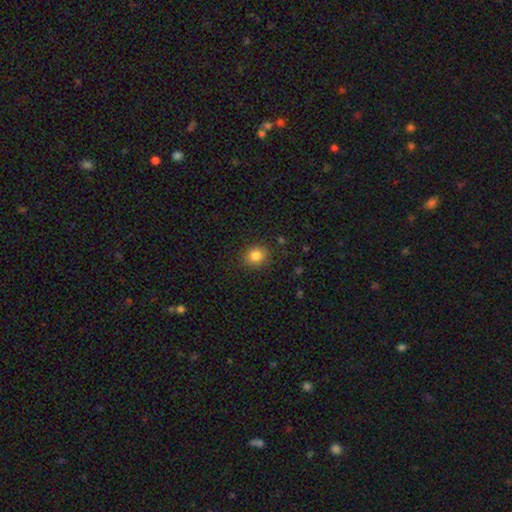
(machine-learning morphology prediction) smooth_or_featured: smooth (p=0.84) [alt: star or artifact p=0.10]
how_rounded: round (p=0.66) [alt: in between p=0.33]
merging: none (p=0.87) [alt: minor disturbance p=0.09]